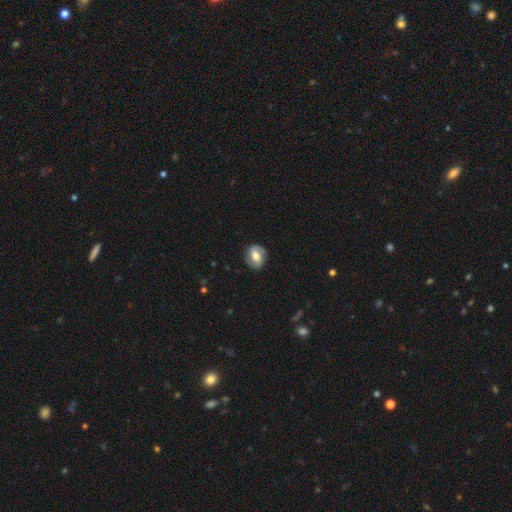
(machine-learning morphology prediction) featured or disk 56%, smooth 37%, star or artifact 7%. Down the decision tree: edge-on disk — no (96%); bar — weak (42%); spiral arms — yes (79%); bulge size — moderate (61%); merging — none (82%).